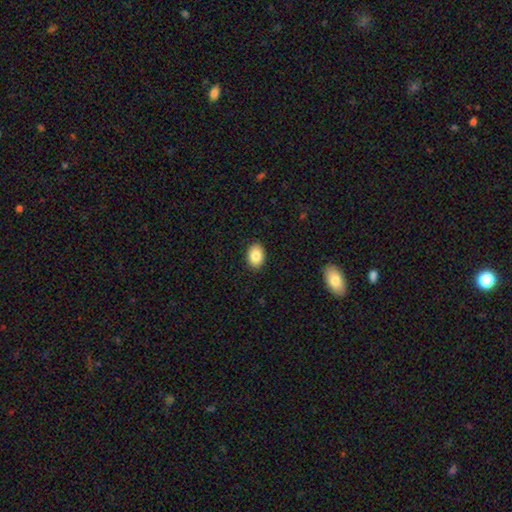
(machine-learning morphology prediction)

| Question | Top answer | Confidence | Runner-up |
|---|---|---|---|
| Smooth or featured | smooth | 86% | star or artifact (8%) |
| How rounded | in between | 81% | round (18%) |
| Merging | none | 90% | minor disturbance (7%) |